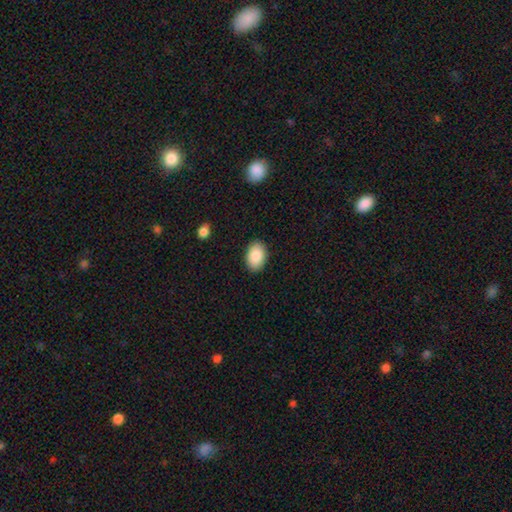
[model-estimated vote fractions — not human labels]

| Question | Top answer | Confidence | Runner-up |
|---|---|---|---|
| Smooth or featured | smooth | 88% | star or artifact (6%) |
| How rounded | in between | 89% | round (10%) |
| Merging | none | 89% | minor disturbance (8%) |